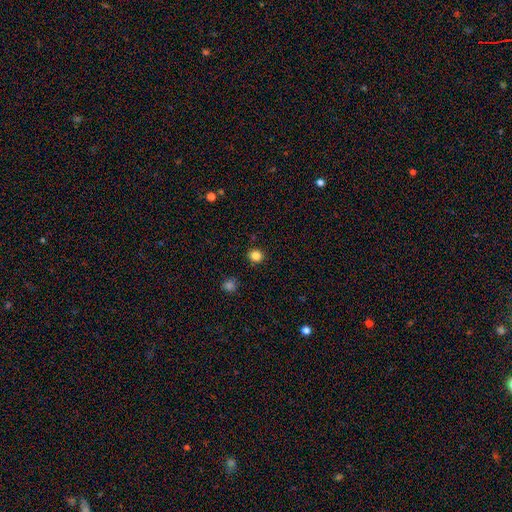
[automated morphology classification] smooth-or-featured: smooth: 84% | star or artifact: 12% | featured or disk: 4%
  how-rounded: round: 83% | in between: 16% | cigar-shaped: 1%
  merging: none: 91% | minor disturbance: 6% | major disturbance: 2% | merger: 1%